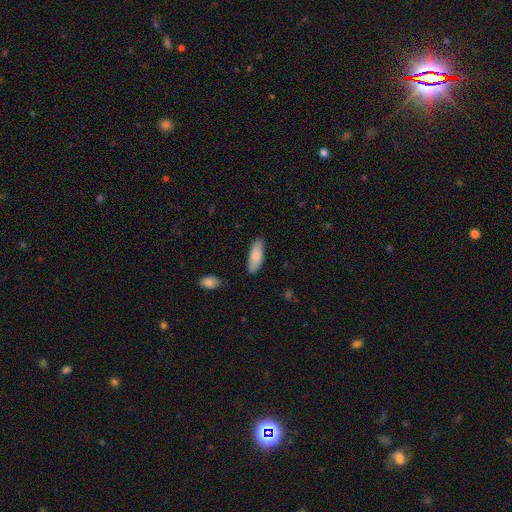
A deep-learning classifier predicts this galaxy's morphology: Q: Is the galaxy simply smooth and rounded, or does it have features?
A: smooth — 82%.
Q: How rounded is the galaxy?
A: in between — 71%.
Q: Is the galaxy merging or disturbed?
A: none — 84%.